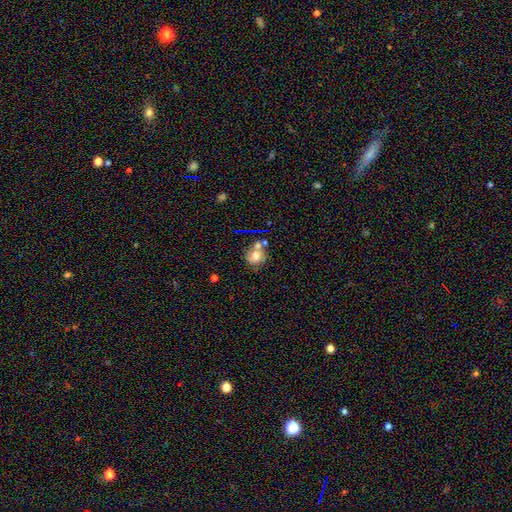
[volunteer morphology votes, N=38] A smooth galaxy with no disk features (82%) that is round (74%).

Vote fractions:
- Smooth or featured? smooth: 82% / featured or disk: 13% / star or artifact: 5%
- How rounded? round: 74% / in between: 26% / cigar-shaped: 0%
- Merging? merger: 47% / none: 36% / minor disturbance: 11% / major disturbance: 6%